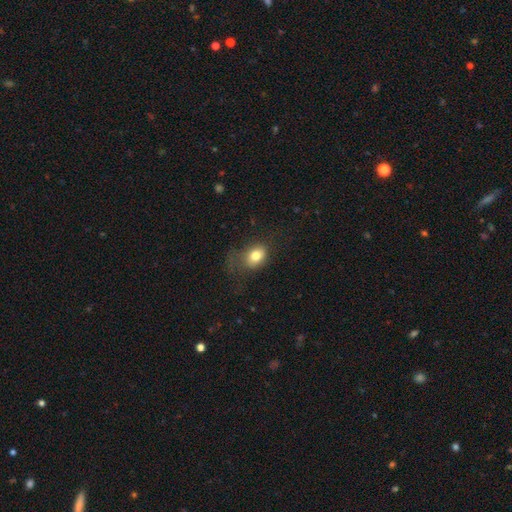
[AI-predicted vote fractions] Smooth or featured? Predicted: smooth (p=0.79). How rounded? Predicted: in between (p=0.65). Merging? Predicted: none (p=0.54).